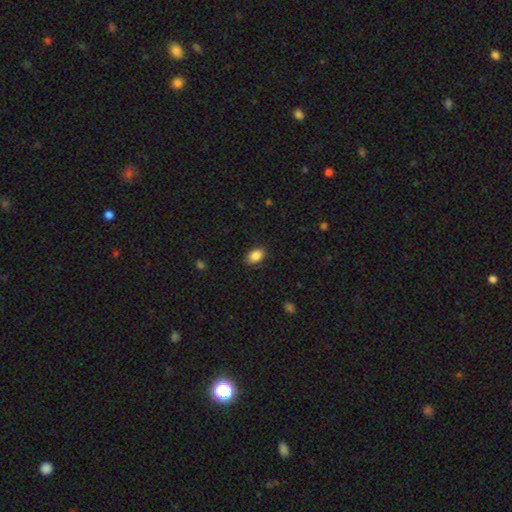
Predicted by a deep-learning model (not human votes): Overall: smooth (88%). How rounded: in between (88%). Merging: none (86%).